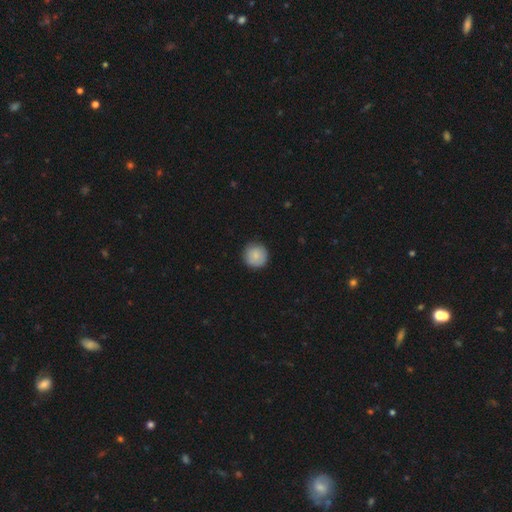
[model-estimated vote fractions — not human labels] Q: Smooth or featured?
A: smooth (85%); runner-up: featured or disk (8%)
Q: How rounded?
A: round (95%); runner-up: in between (4%)
Q: Merging?
A: none (88%); runner-up: minor disturbance (9%)